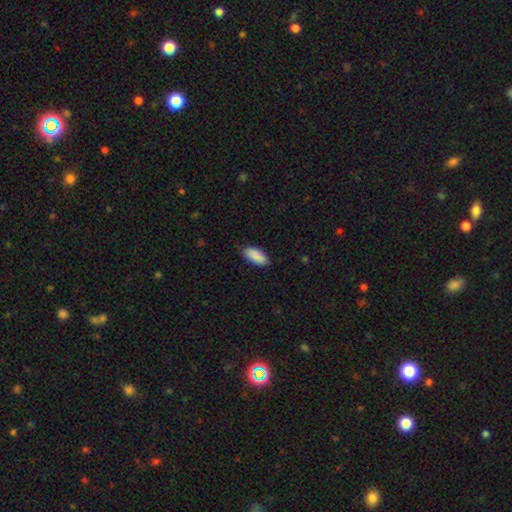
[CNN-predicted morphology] This is clearly a smooth galaxy (90%). How rounded: clearly in between (89%). Merging: clearly none (82%).